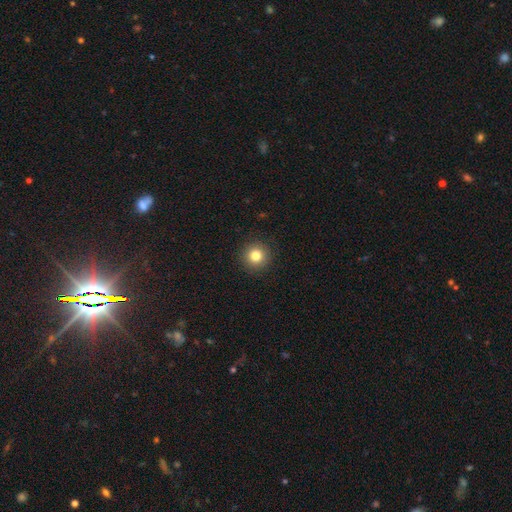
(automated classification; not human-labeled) smooth 82%, star or artifact 11%, featured or disk 7%. Down the decision tree: how rounded — round (95%); merging — none (92%).